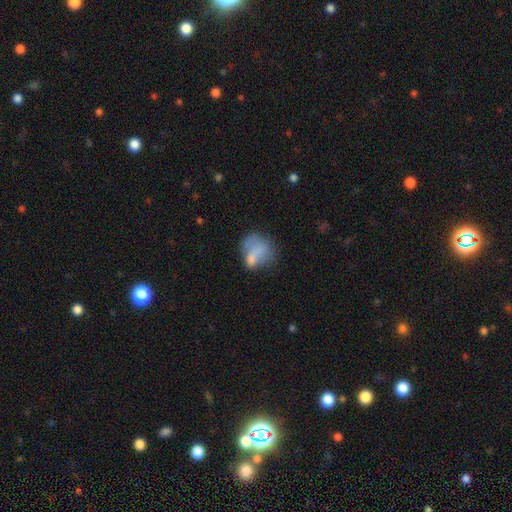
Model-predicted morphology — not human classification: type=smooth (65%); roundness=in between (57%); merging=none (33%).